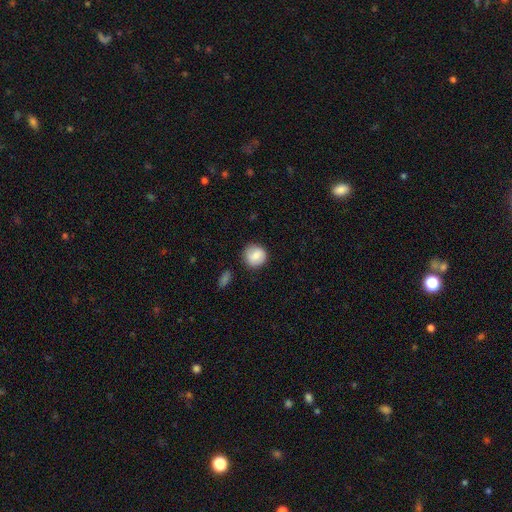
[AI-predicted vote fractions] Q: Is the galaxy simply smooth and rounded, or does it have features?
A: smooth — 83%.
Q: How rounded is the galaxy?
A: round — 91%.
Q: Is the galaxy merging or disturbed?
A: none — 84%.